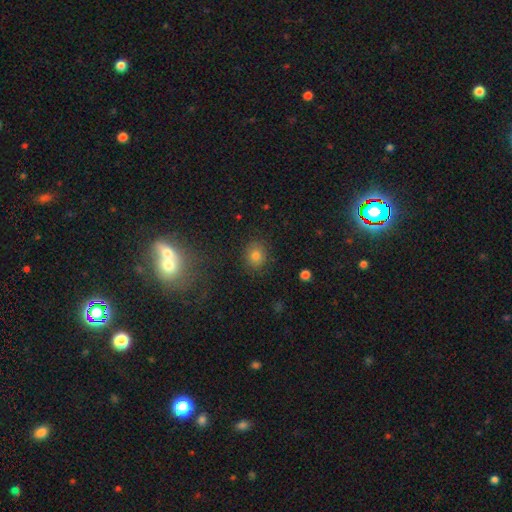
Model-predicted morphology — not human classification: The model was most divided on "how rounded": round: 73%, in between: 26%, cigar-shaped: 1%. More confident: merging — none (87%); smooth or featured — smooth (75%).